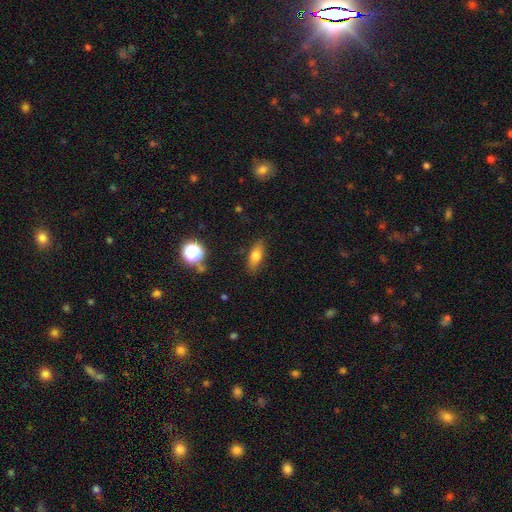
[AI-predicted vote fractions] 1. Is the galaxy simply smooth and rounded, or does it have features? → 71% smooth, 19% featured or disk, 10% star or artifact.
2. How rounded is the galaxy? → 68% in between, 26% cigar-shaped, 6% round.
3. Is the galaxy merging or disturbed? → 86% none, 10% minor disturbance, 3% major disturbance, 1% merger.